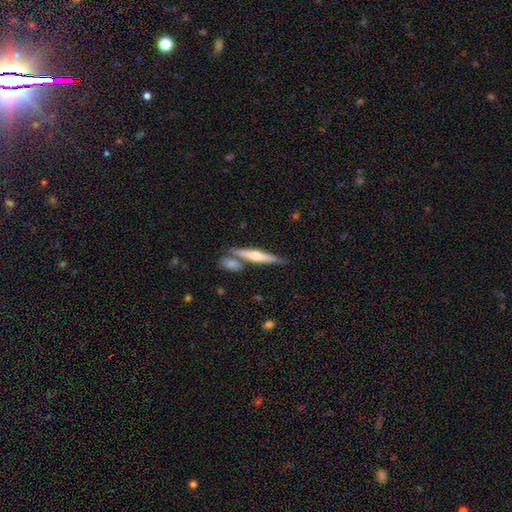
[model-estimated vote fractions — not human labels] A featured or disk galaxy (63%) viewed edge-on (97%) with a rounded central bulge (81%). Merging: none (73%).